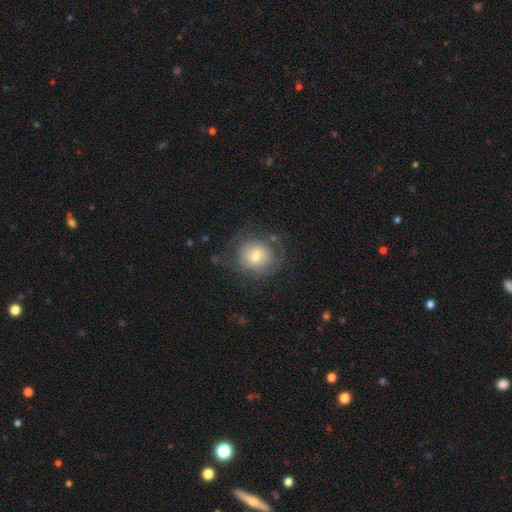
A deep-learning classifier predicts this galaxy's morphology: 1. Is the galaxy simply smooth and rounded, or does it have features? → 58% smooth, 33% featured or disk, 9% star or artifact.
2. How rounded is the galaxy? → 78% round, 21% in between, 1% cigar-shaped.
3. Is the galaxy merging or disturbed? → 65% none, 19% minor disturbance, 14% major disturbance, 2% merger.